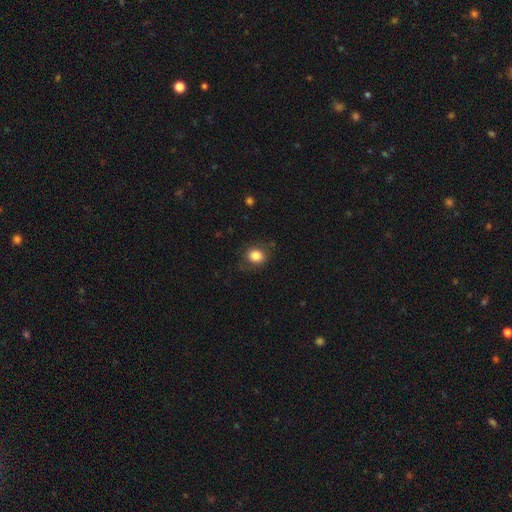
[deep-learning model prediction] Q: Smooth or featured?
A: smooth (83%); runner-up: star or artifact (10%)
Q: How rounded?
A: round (61%); runner-up: in between (38%)
Q: Merging?
A: none (77%); runner-up: minor disturbance (16%)